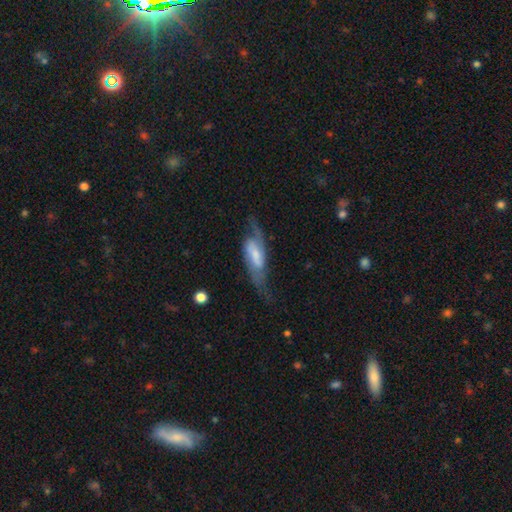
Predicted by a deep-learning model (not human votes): featured or disk 73%, smooth 21%, star or artifact 6%. Down the decision tree: edge-on disk — no (88%); bar — weak (42%); spiral arms — yes (90%); spiral arm count — 2 (88%); spiral winding — loose (56%); bulge size — small (35%); merging — none (57%).